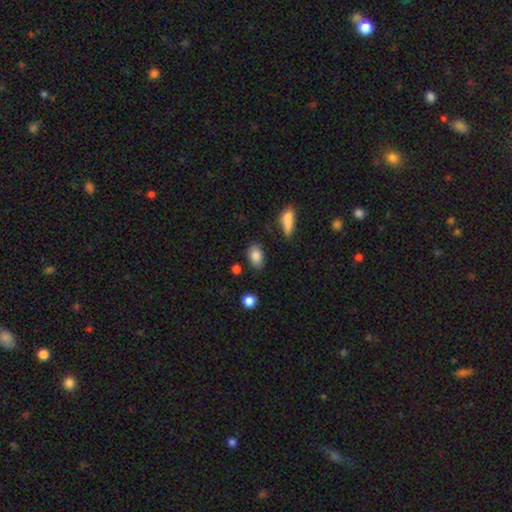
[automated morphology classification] Smooth or featured: smooth — 86% (star or artifact — 8%)
How rounded: in between — 88% (round — 10%)
Merging: none — 80% (minor disturbance — 13%)